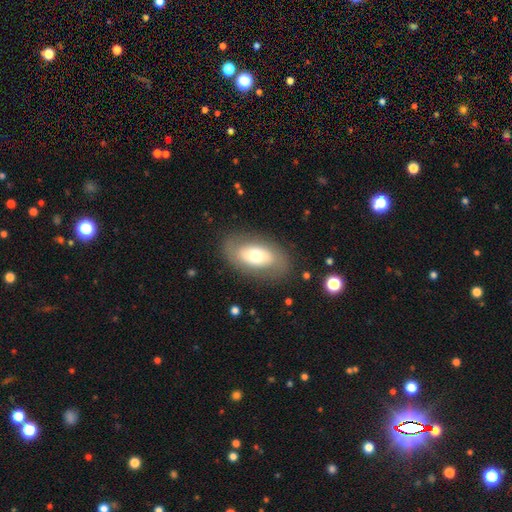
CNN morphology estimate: A smooth galaxy with no disk features (52%) that is in between round and cigar-shaped (91%).

Vote fractions:
- Smooth or featured? smooth: 52% / featured or disk: 41% / star or artifact: 7%
- How rounded? in between: 91% / round: 7% / cigar-shaped: 2%
- Merging? none: 80% / minor disturbance: 12% / major disturbance: 6% / merger: 1%